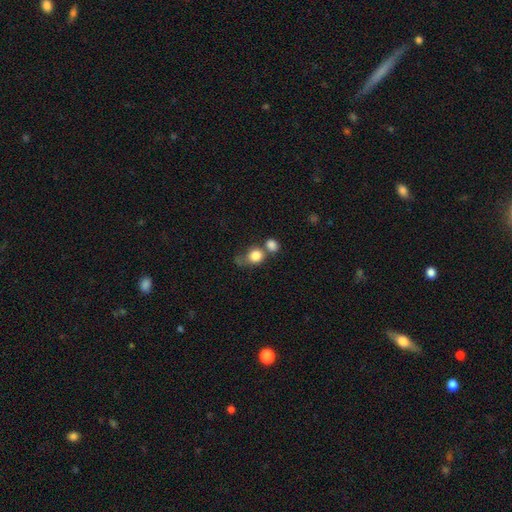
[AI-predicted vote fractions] Smooth or featured? smooth (81%)
How rounded? round (75%)
Merging? merger (40%)